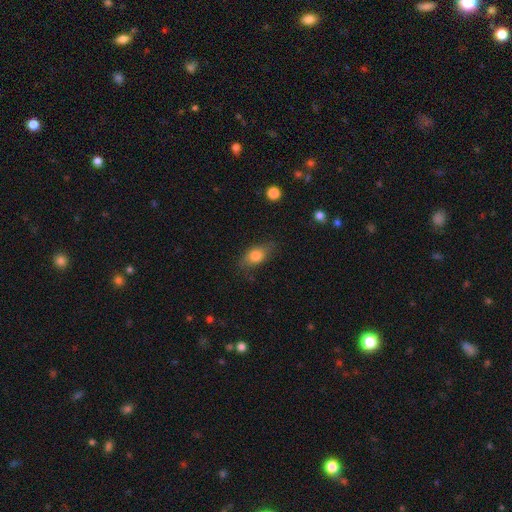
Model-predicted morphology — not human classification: A smooth galaxy with no disk features (77%) that is in between round and cigar-shaped (79%). Merging: none (72%).